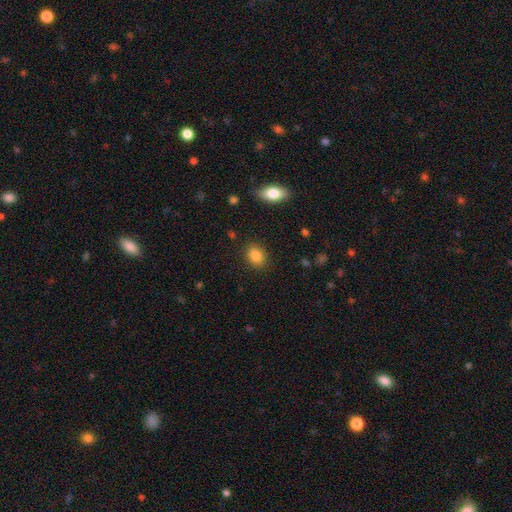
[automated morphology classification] Q: Smooth or featured?
A: smooth (85%); runner-up: star or artifact (9%)
Q: How rounded?
A: in between (64%); runner-up: round (35%)
Q: Merging?
A: none (87%); runner-up: minor disturbance (9%)